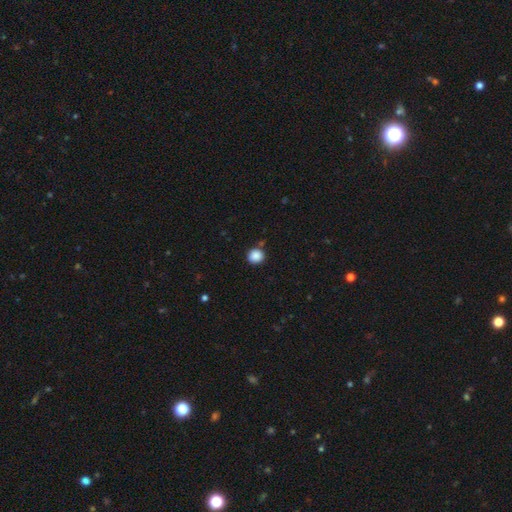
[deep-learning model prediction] Smooth or featured?
  - smooth: 88% *
  - star or artifact: 10%
  - featured or disk: 3%
How rounded?
  - round: 91% *
  - in between: 8%
  - cigar-shaped: 1%
Merging?
  - none: 86% *
  - minor disturbance: 8%
  - merger: 4%
  - major disturbance: 2%